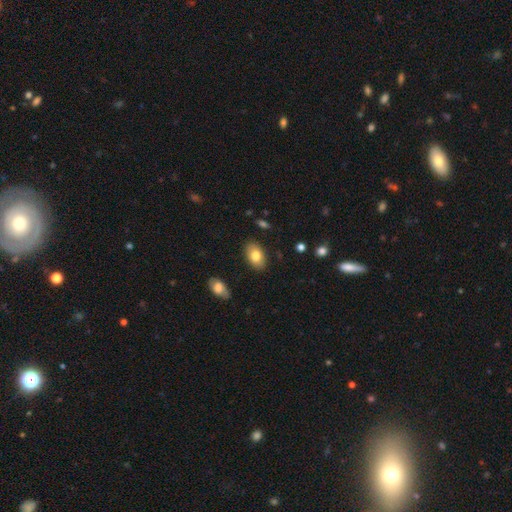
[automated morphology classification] smooth-or-featured: smooth: 81% | featured or disk: 12% | star or artifact: 7%
  how-rounded: in between: 91% | round: 8% | cigar-shaped: 1%
  merging: none: 87% | minor disturbance: 9% | major disturbance: 2% | merger: 2%